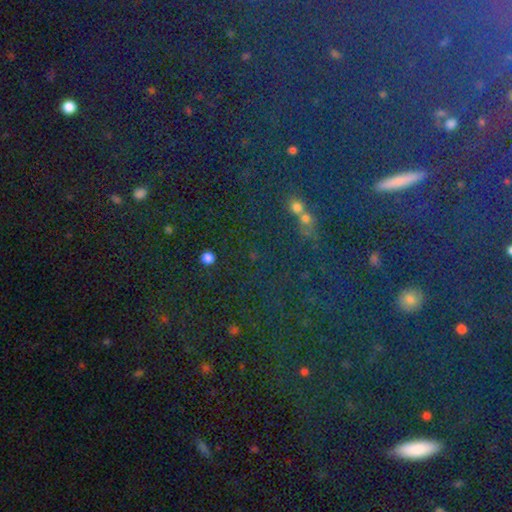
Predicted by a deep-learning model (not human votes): A star or artifact, not a galaxy (75%).

Vote fractions:
- Smooth or featured? star or artifact: 75% / smooth: 15% / featured or disk: 10%